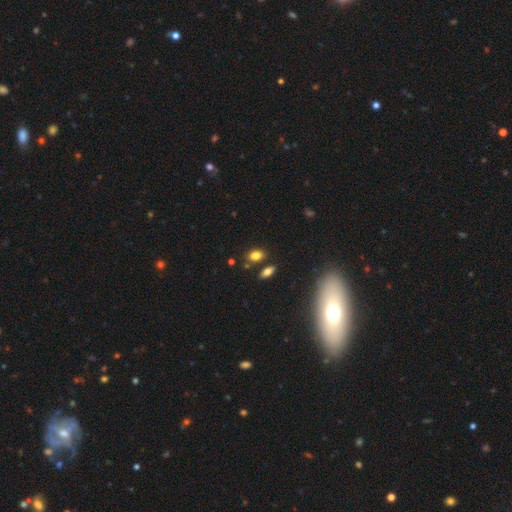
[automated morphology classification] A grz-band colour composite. It shows a smooth galaxy with no disk features (81%) that is in between round and cigar-shaped (82%). Merging: none (77%).